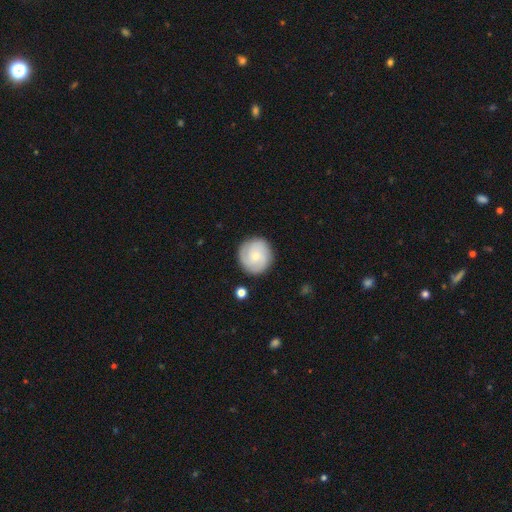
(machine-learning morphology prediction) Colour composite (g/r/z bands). It shows a featured or disk galaxy (48%). Merging: none (86%).